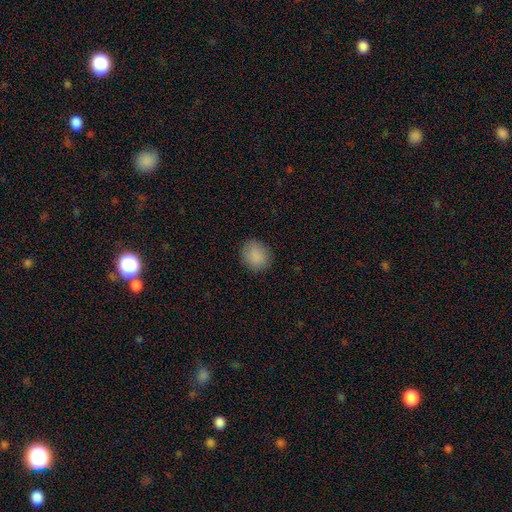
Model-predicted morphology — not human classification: The model was most divided on "how rounded": round: 69%, in between: 30%, cigar-shaped: 1%. More confident: smooth or featured — smooth (88%); merging — none (86%).